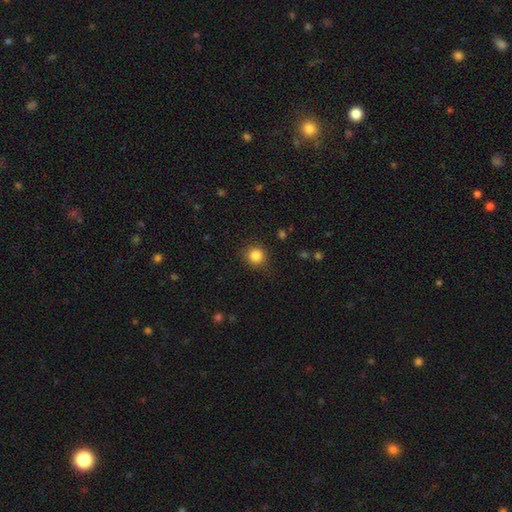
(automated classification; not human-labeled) A smooth galaxy with no disk features (84%) that is round (90%). Merging: none (86%).